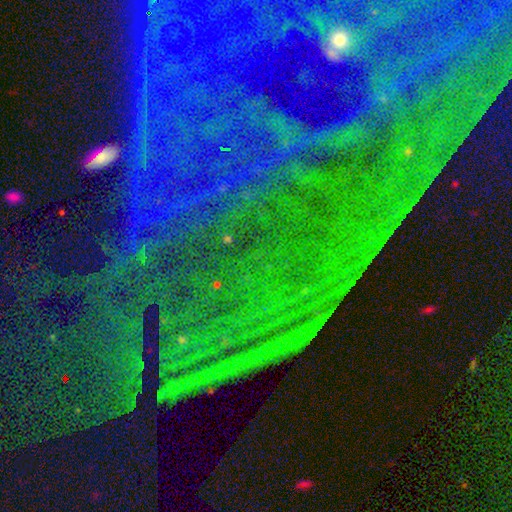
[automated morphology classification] smooth_or_featured: star or artifact (p=0.83) [alt: featured or disk p=0.10]